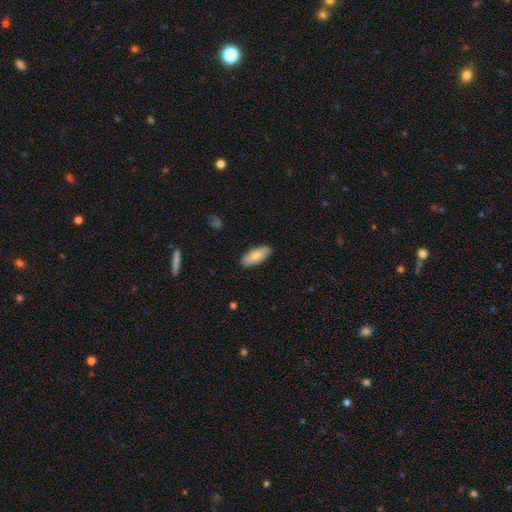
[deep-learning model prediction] Smooth or featured? Predicted: smooth (p=0.83). How rounded? Predicted: in between (p=0.83). Merging? Predicted: none (p=0.88).